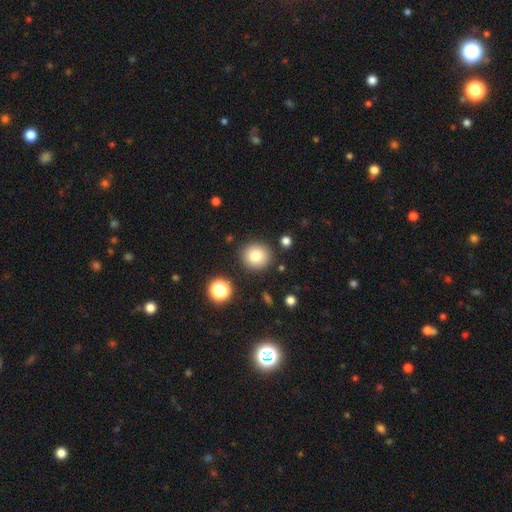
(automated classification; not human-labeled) This is likely a smooth galaxy (79%). How rounded: clearly round (92%). Merging: clearly none (87%).